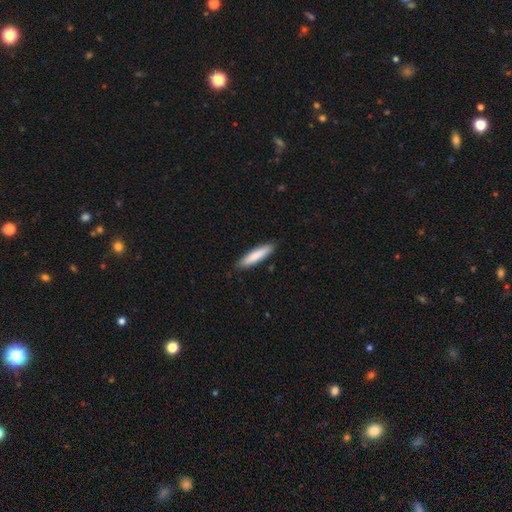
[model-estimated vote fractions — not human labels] A smooth galaxy with no disk features (82%) that is cigar-shaped (81%).

Vote fractions:
- Smooth or featured? smooth: 82% / featured or disk: 13% / star or artifact: 5%
- How rounded? cigar-shaped: 81% / in between: 18% / round: 1%
- Merging? none: 88% / minor disturbance: 9% / major disturbance: 2% / merger: 1%